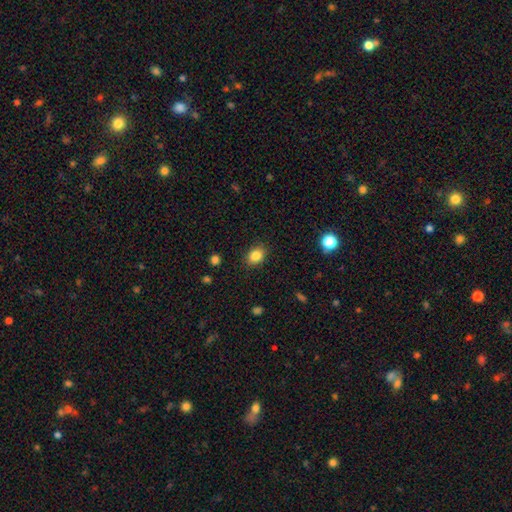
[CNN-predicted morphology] This appears to be a smooth galaxy with no disk features (84%) that is in between round and cigar-shaped (58%). Merging: none (87%).